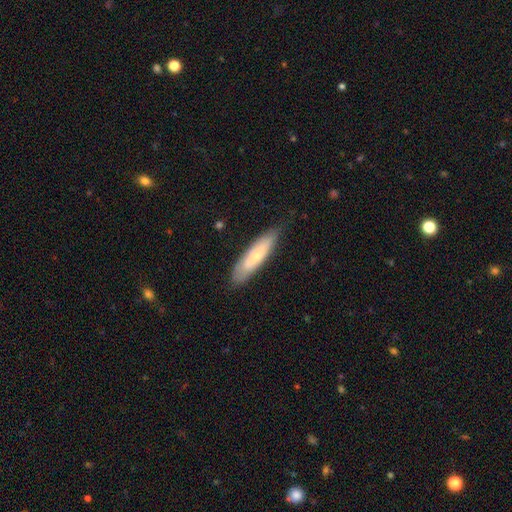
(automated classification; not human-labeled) smooth_or_featured: smooth (p=0.61) [alt: featured or disk p=0.33]
how_rounded: cigar-shaped (p=0.69) [alt: in between p=0.30]
merging: none (p=0.78) [alt: minor disturbance p=0.18]